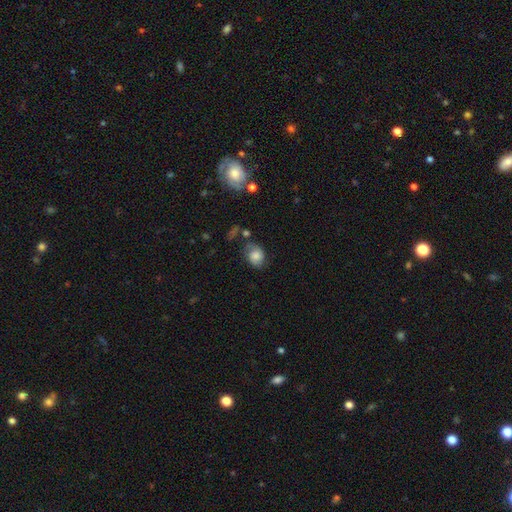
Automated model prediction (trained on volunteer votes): smooth-or-featured: smooth: 65% | featured or disk: 25% | star or artifact: 10%
  how-rounded: in between: 51% | round: 48% | cigar-shaped: 1%
  merging: none: 56% | minor disturbance: 27% | major disturbance: 11% | merger: 6%